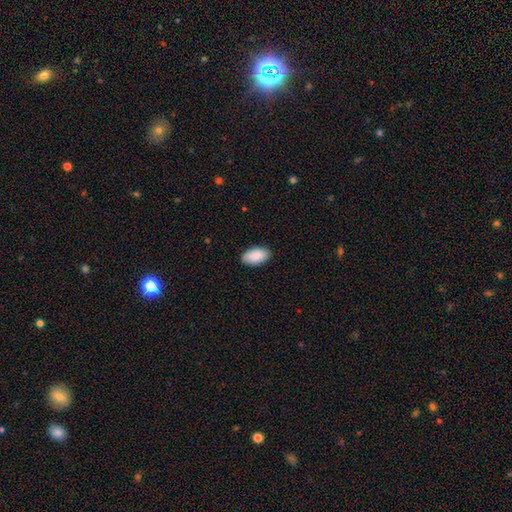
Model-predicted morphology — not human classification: Smooth or featured? smooth (90%)
How rounded? in between (95%)
Merging? none (87%)